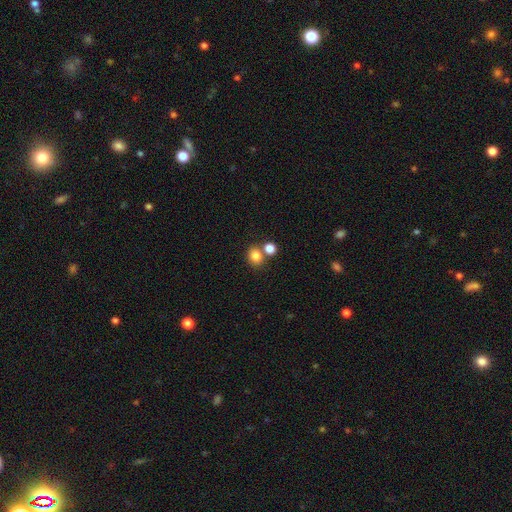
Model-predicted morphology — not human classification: This is clearly a smooth galaxy (81%). How rounded: likely round (75%). Merging: likely none (61%).